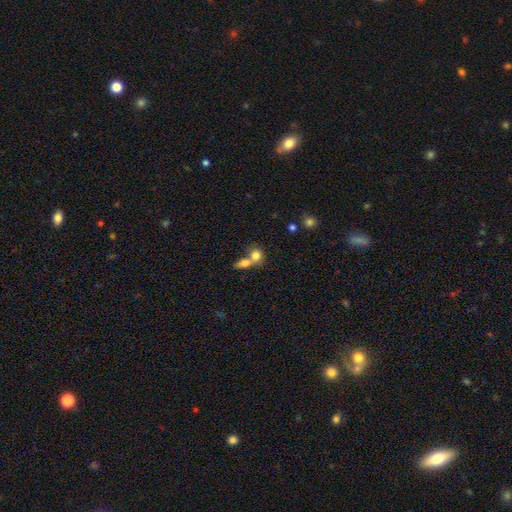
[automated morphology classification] Smooth or featured? Predicted: smooth (p=0.77). How rounded? Predicted: round (p=0.64). Merging? Predicted: merger (p=0.61).